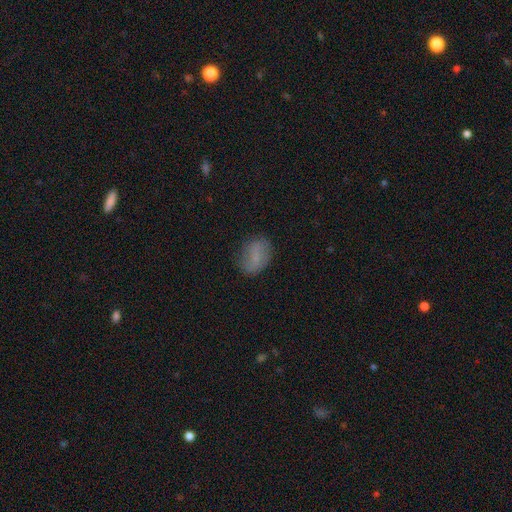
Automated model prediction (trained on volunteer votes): Smooth or featured? smooth (70%)
How rounded? in between (78%)
Merging? none (74%)